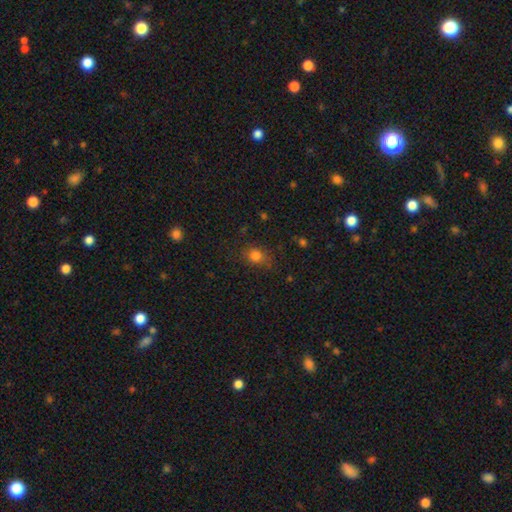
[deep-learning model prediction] Smooth or featured: smooth — 79% (star or artifact — 14%)
How rounded: round — 59% (in between — 39%)
Merging: none — 71% (minor disturbance — 20%)